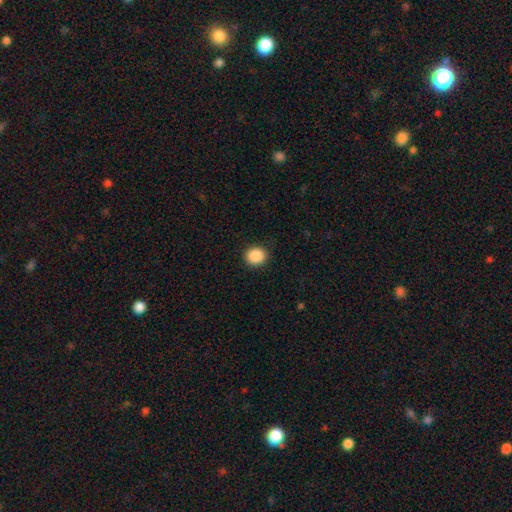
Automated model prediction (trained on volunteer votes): This appears to be a smooth galaxy with no disk features (89%) that is round (82%). Merging: none (91%).